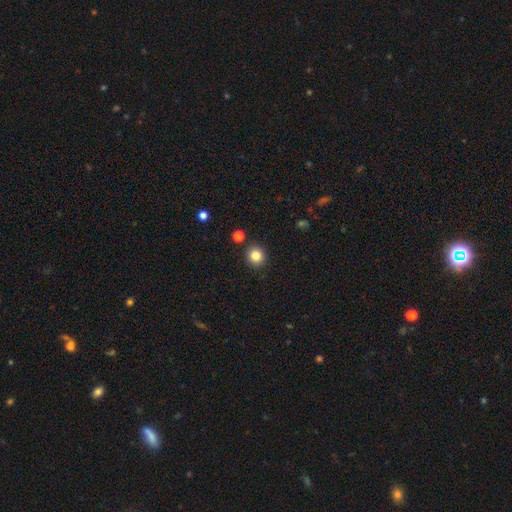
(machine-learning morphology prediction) The model was most divided on "smooth or featured": smooth: 84%, star or artifact: 11%, featured or disk: 5%. More confident: merging — none (89%); how rounded — round (88%).